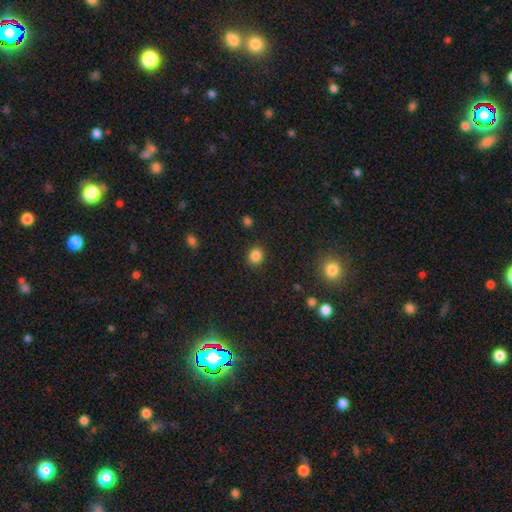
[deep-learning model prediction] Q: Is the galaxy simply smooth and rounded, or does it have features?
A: smooth — 85%.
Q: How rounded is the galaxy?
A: round — 76%.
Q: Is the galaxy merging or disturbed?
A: none — 88%.